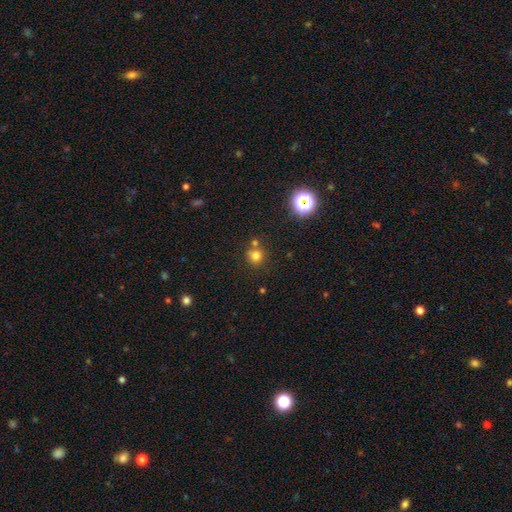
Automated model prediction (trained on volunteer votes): A smooth galaxy with no disk features (74%) that is round (90%). Merging: none (67%).